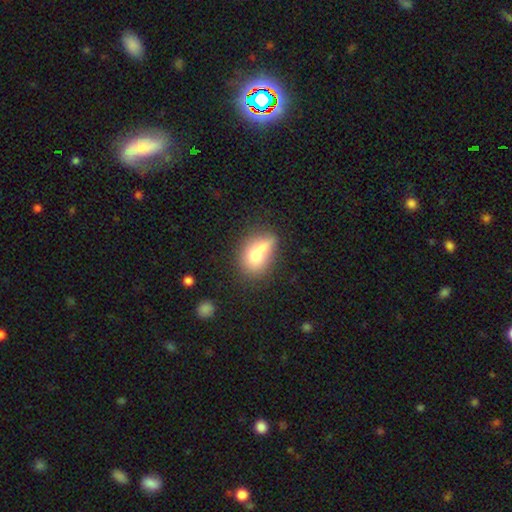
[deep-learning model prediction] smooth_or_featured: smooth (p=0.68) [alt: featured or disk p=0.23]
how_rounded: in between (p=0.63) [alt: round p=0.32]
merging: merger (p=0.37) [alt: none p=0.33]